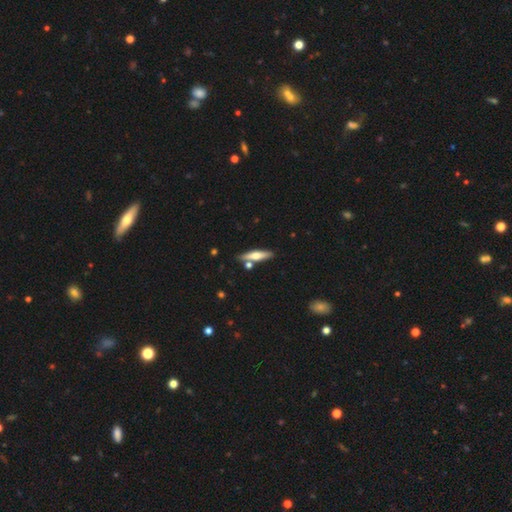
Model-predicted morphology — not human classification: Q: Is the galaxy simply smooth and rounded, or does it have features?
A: smooth — 47%, tied with featured or disk.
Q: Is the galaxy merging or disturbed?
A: none — 78%.